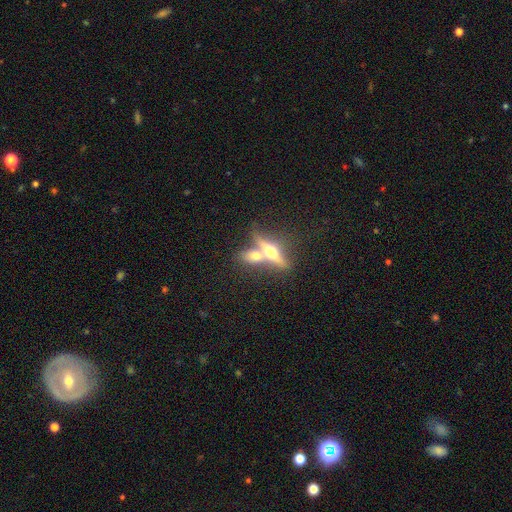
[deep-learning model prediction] Smooth or featured? featured or disk (53%)
Edge-on disk? yes (86%)
Merging? merger (51%)